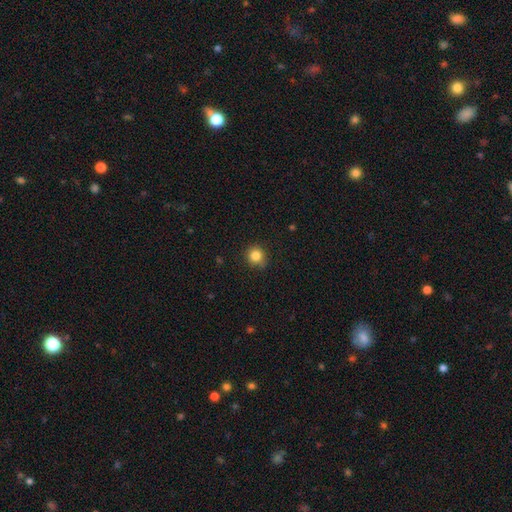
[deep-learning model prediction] Morphology: type=smooth (84%); roundness=round (91%); merging=none (84%).